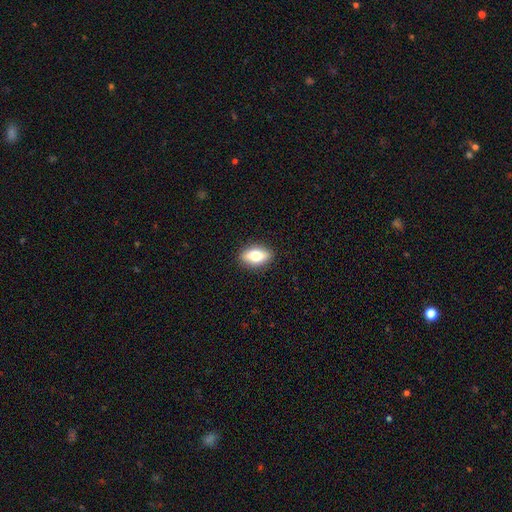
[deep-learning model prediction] A smooth galaxy with no disk features (71%) that is in between round and cigar-shaped (85%). Merging: none (89%).